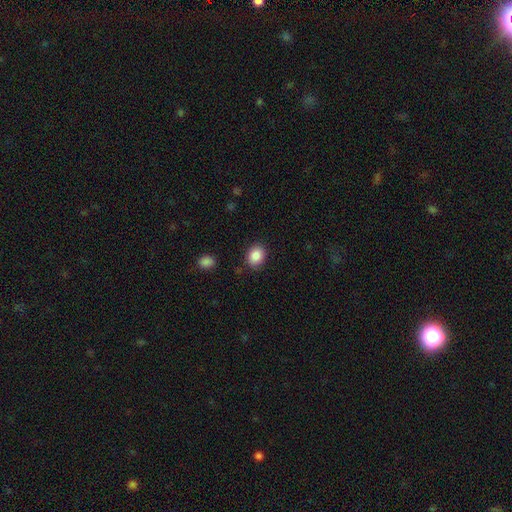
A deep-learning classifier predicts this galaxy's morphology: This is clearly a smooth galaxy (88%). How rounded: possibly in between (53%). Merging: clearly none (86%).